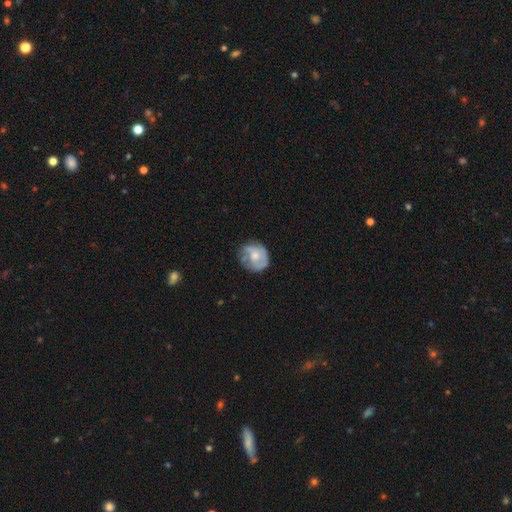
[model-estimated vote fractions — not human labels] Smooth or featured: featured or disk — 53% (smooth — 41%)
Edge-on disk: no — 97% (yes — 3%)
Bar: no — 79% (weak — 18%)
Spiral arms: yes — 56% (no — 44%)
Bulge size: moderate — 59% (small — 31%)
Merging: none — 57% (minor disturbance — 28%)